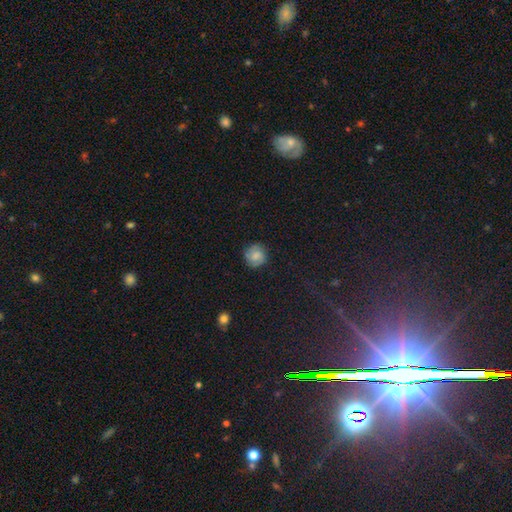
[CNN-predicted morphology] Q: Smooth or featured?
A: smooth (74%); runner-up: featured or disk (17%)
Q: How rounded?
A: round (90%); runner-up: in between (9%)
Q: Merging?
A: none (81%); runner-up: minor disturbance (14%)